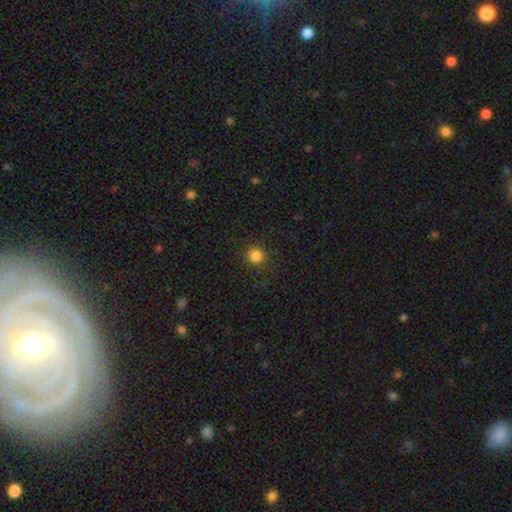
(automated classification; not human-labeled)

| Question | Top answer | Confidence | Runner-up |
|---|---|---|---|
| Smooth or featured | smooth | 84% | star or artifact (12%) |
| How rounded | round | 91% | in between (8%) |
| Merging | none | 88% | minor disturbance (8%) |